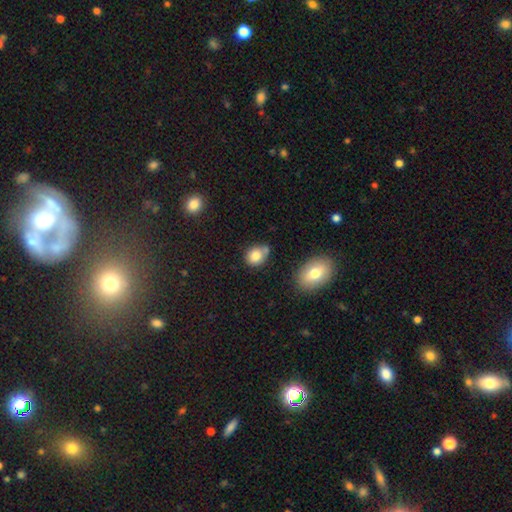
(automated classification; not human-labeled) Q: Smooth or featured?
A: smooth (81%); runner-up: star or artifact (10%)
Q: How rounded?
A: round (58%); runner-up: in between (41%)
Q: Merging?
A: none (55%); runner-up: minor disturbance (25%)